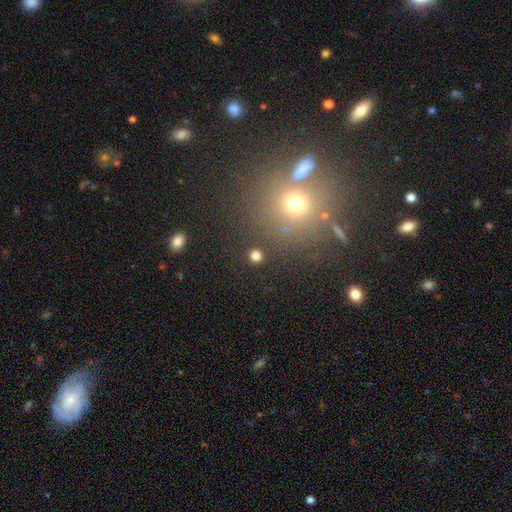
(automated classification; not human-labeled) This appears to be a smooth galaxy with no disk features (79%) that is round (92%). Merging: none (89%).